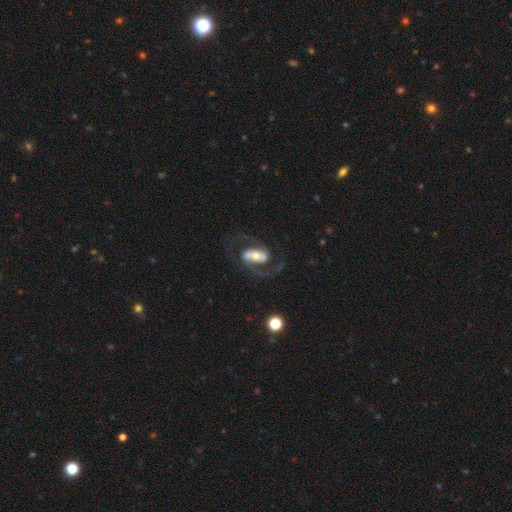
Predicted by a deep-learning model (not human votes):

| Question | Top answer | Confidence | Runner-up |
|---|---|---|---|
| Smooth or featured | featured or disk | 84% | smooth (11%) |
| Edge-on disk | no | 96% | yes (4%) |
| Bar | strong | 48% | weak (31%) |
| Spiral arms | yes | 94% | no (6%) |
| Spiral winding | medium | 56% | loose (28%) |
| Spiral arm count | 2 | 91% | 1 (3%) |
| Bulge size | moderate | 51% | small (33%) |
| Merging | none | 70% | major disturbance (16%) |